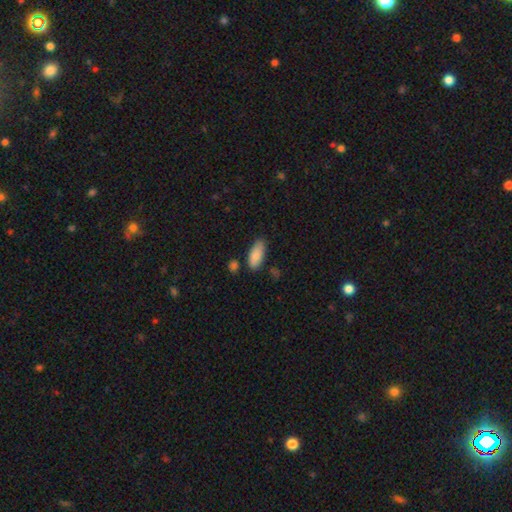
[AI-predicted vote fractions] A smooth galaxy with no disk features (86%) that is in between round and cigar-shaped (82%). Merging: none (74%).